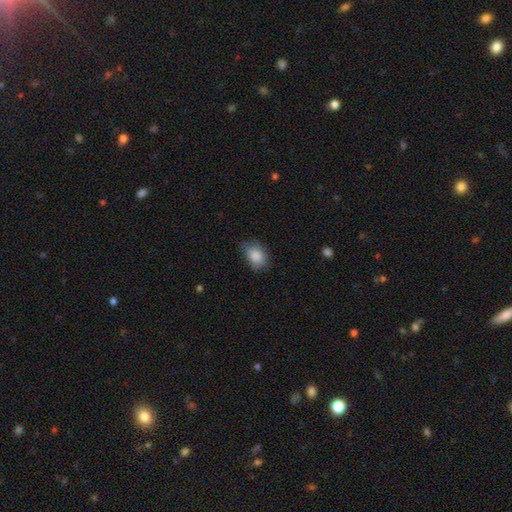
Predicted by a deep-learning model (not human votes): This appears to be a smooth galaxy with no disk features (86%) that is in between round and cigar-shaped (78%). Merging: none (63%).